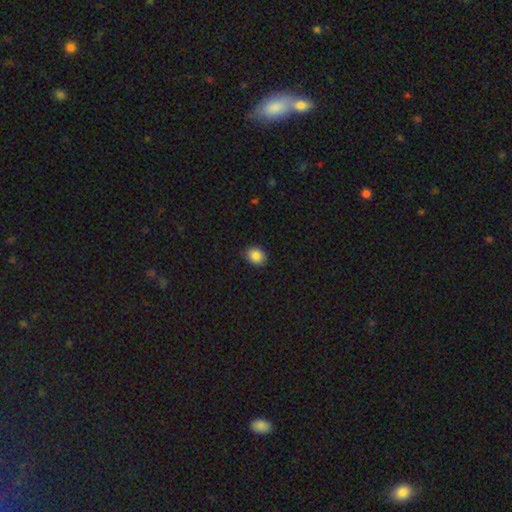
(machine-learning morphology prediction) A smooth galaxy with no disk features (86%) that is in between round and cigar-shaped (52%).

Vote fractions:
- Smooth or featured? smooth: 86% / star or artifact: 9% / featured or disk: 5%
- How rounded? in between: 52% / round: 48% / cigar-shaped: 1%
- Merging? none: 86% / minor disturbance: 11% / major disturbance: 2% / merger: 1%